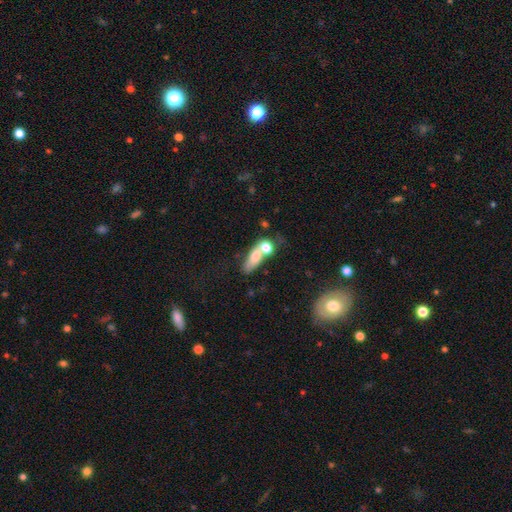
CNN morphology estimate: Q: Smooth or featured?
A: smooth (66%); runner-up: featured or disk (24%)
Q: How rounded?
A: in between (56%); runner-up: cigar-shaped (25%)
Q: Merging?
A: merger (56%); runner-up: none (25%)